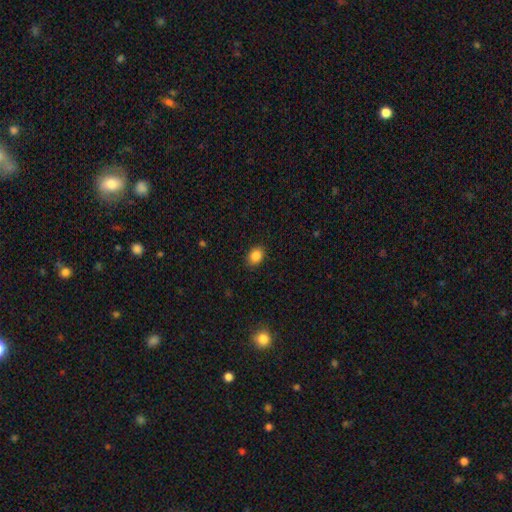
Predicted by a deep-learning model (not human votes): Smooth or featured: smooth — 86% (star or artifact — 9%)
How rounded: in between — 63% (round — 37%)
Merging: none — 88% (minor disturbance — 9%)